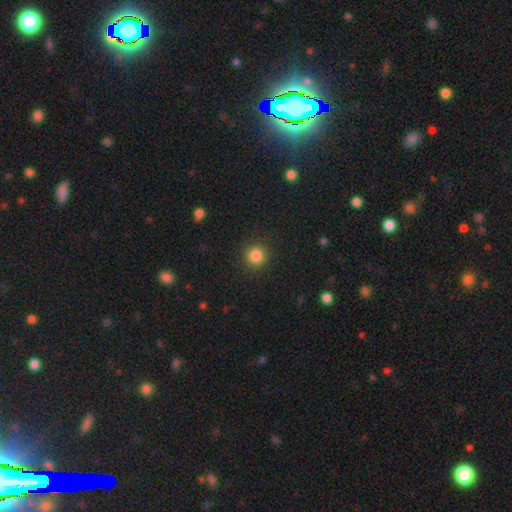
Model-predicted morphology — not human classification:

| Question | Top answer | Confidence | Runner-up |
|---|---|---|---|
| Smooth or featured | smooth | 85% | star or artifact (11%) |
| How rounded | round | 93% | in between (6%) |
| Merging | none | 90% | minor disturbance (6%) |